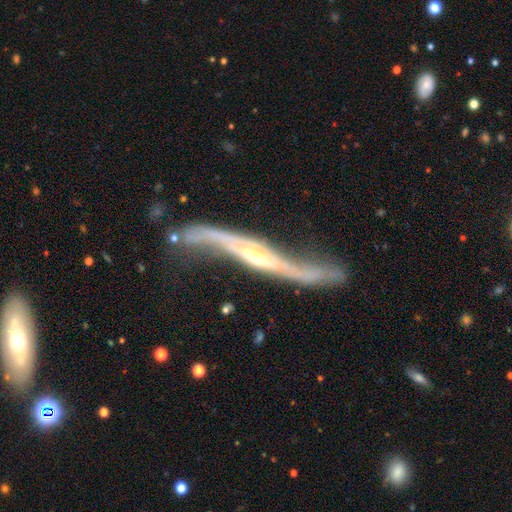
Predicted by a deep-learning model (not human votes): Smooth or featured? featured or disk (84%)
Edge-on disk? yes (53%)
Merging? none (46%)